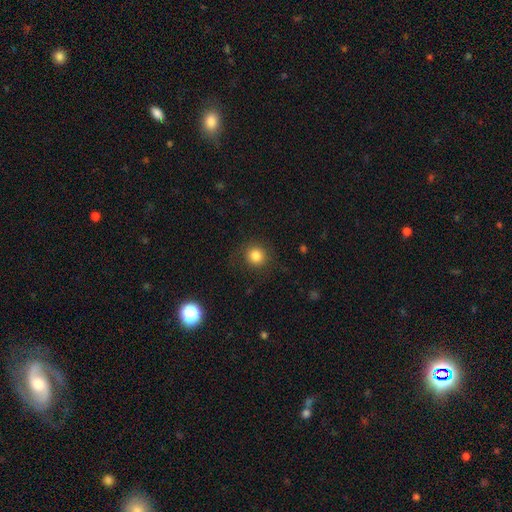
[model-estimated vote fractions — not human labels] Q: Smooth or featured?
A: smooth (83%); runner-up: star or artifact (11%)
Q: How rounded?
A: round (92%); runner-up: in between (7%)
Q: Merging?
A: none (86%); runner-up: minor disturbance (9%)